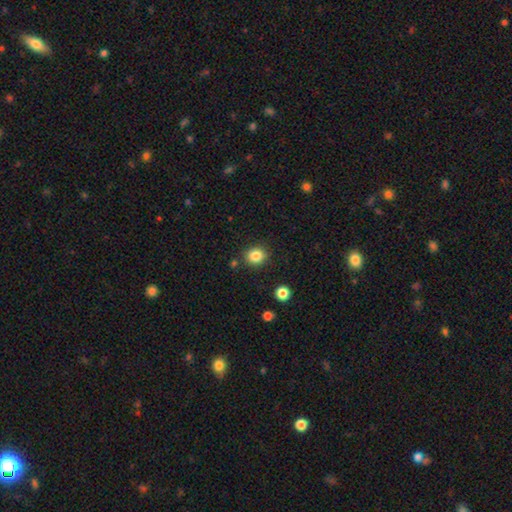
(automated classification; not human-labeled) This appears to be a smooth galaxy with no disk features (85%) that is round (76%). Merging: none (85%).